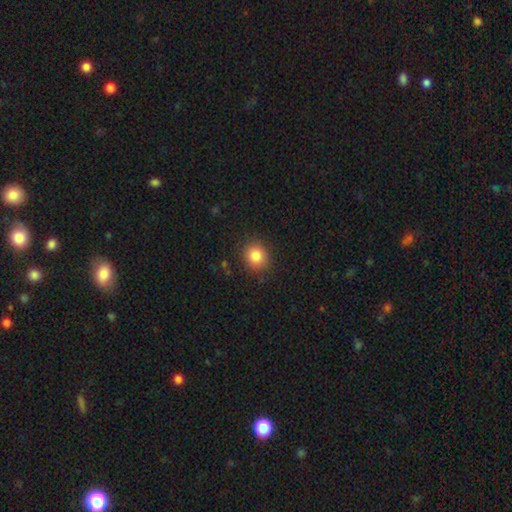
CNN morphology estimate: smooth 84%, star or artifact 10%, featured or disk 6%. Down the decision tree: how rounded — round (79%); merging — none (87%).